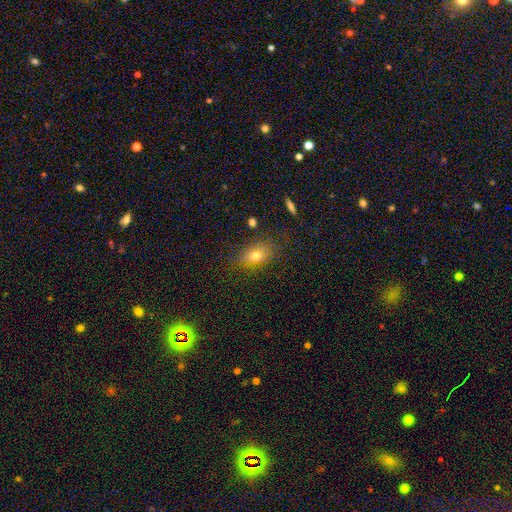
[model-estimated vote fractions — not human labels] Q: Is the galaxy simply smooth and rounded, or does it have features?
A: smooth — 74%.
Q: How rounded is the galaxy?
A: in between — 77%.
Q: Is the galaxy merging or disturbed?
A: none — 80%.